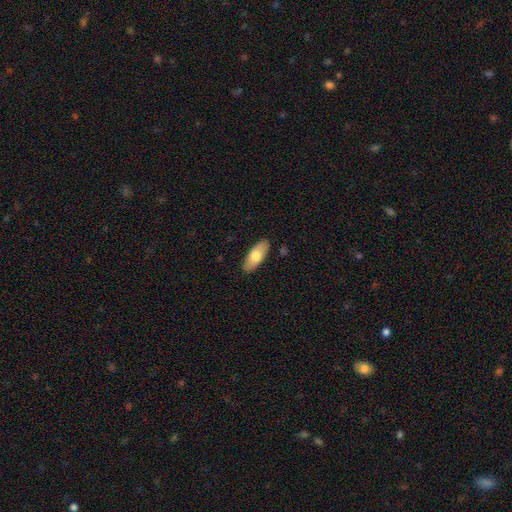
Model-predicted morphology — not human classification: Smooth or featured?
  - smooth: 73% *
  - featured or disk: 21%
  - star or artifact: 5%
How rounded?
  - in between: 84% *
  - cigar-shaped: 14%
  - round: 2%
Merging?
  - none: 89% *
  - minor disturbance: 9%
  - major disturbance: 2%
  - merger: 1%